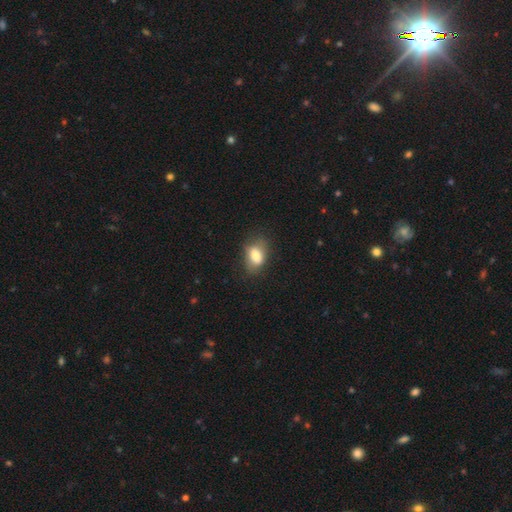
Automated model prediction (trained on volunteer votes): This appears to be a smooth galaxy with no disk features (78%) that is in between round and cigar-shaped (84%). Merging: none (67%).